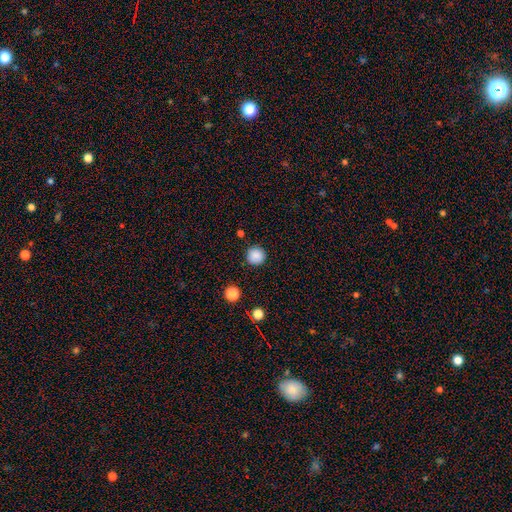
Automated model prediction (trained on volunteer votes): Smooth or featured: smooth — 87% (star or artifact — 10%)
How rounded: round — 95% (in between — 4%)
Merging: none — 89% (minor disturbance — 7%)